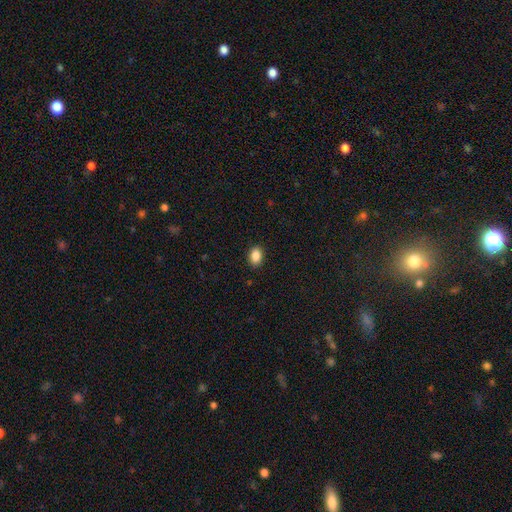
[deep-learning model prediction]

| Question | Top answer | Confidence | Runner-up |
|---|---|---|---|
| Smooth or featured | smooth | 88% | star or artifact (8%) |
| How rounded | in between | 79% | round (19%) |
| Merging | none | 90% | minor disturbance (7%) |